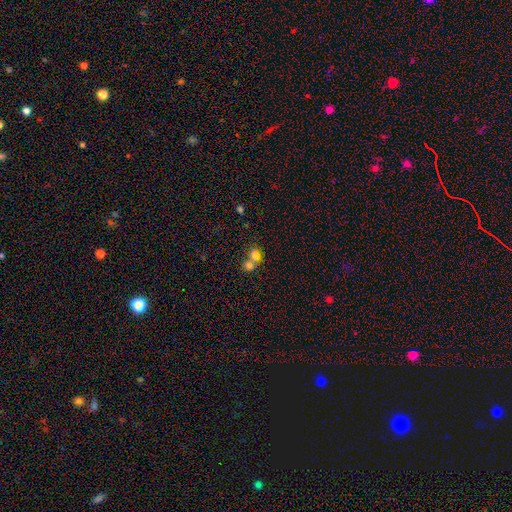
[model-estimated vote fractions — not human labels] A smooth galaxy with no disk features (74%) that is round (62%). Merging: merger (66%).